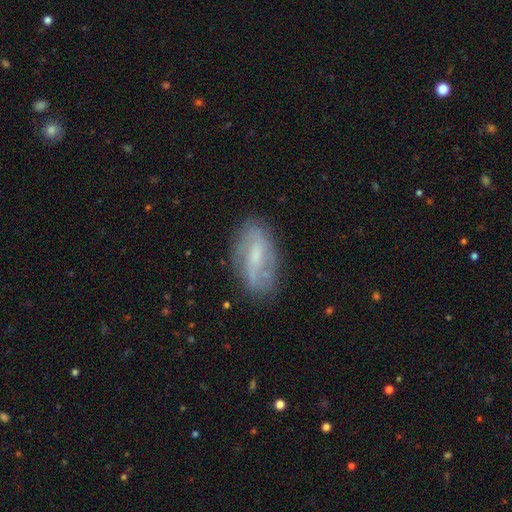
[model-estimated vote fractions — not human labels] A featured or disk galaxy (64%) with a weak bar (51%), spiral arms (79%) and a small central bulge (47%).

Vote fractions:
- Smooth or featured? featured or disk: 64% / smooth: 28% / star or artifact: 8%
- Edge-on disk? no: 92% / yes: 8%
- Bar? weak: 51% / no: 26% / strong: 23%
- Spiral arms? yes: 79% / no: 21%
- Bulge size? small: 47% / moderate: 33% / none: 15% / large: 3% / dominant: 1%
- Merging? none: 75% / minor disturbance: 17% / major disturbance: 6% / merger: 2%